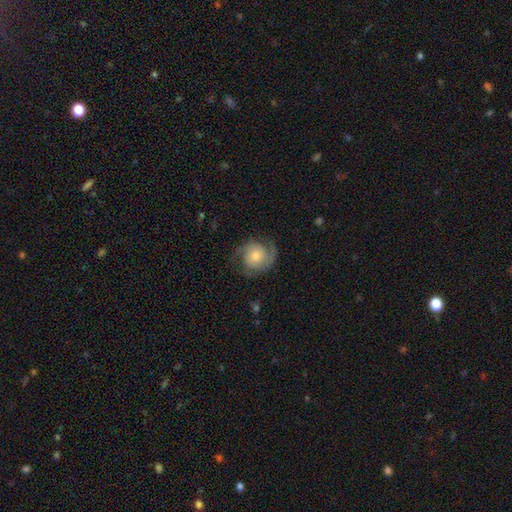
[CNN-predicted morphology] Smooth or featured? featured or disk (76%)
Edge-on disk? no (98%)
Bar? no (78%)
Spiral arms? yes (95%)
Spiral winding? medium (43%)
Spiral arm count? 2 (74%)
Bulge size? small (48%)
Merging? none (73%)